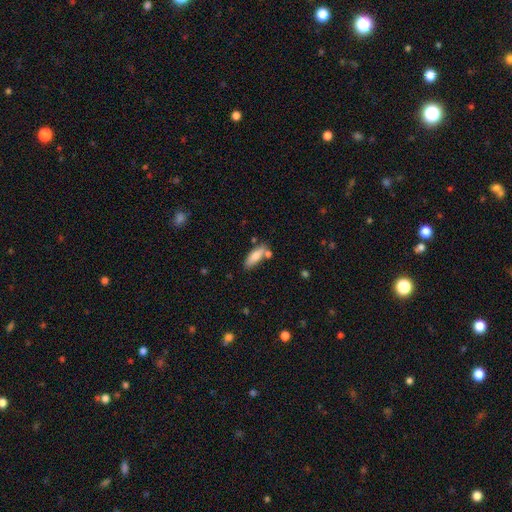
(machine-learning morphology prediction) This appears to be a smooth galaxy with no disk features (78%) that is in between round and cigar-shaped (56%). Merging: none (66%).